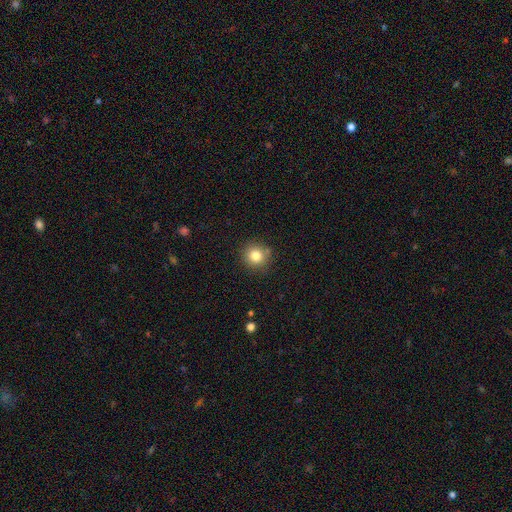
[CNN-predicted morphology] Smooth or featured? Predicted: smooth (p=0.81). How rounded? Predicted: round (p=0.93). Merging? Predicted: none (p=0.87).